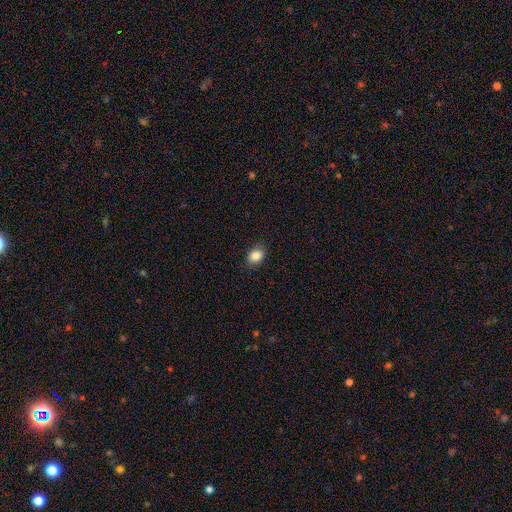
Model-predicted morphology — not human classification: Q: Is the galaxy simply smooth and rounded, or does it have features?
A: smooth — 87%.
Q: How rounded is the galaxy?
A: in between — 57%.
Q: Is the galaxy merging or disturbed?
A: none — 85%.